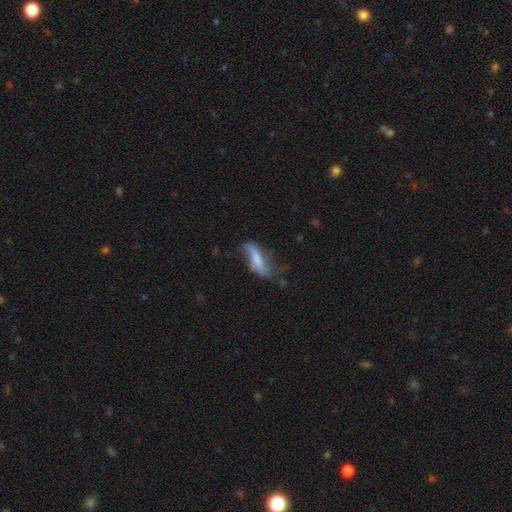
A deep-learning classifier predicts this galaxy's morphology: Smooth or featured? featured or disk (54%)
Edge-on disk? no (78%)
Merging? none (48%)